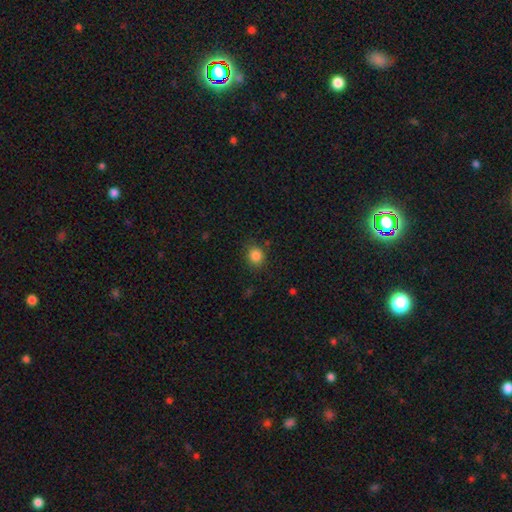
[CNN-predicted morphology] Smooth or featured? Predicted: smooth (p=0.85). How rounded? Predicted: round (p=0.81). Merging? Predicted: none (p=0.83).